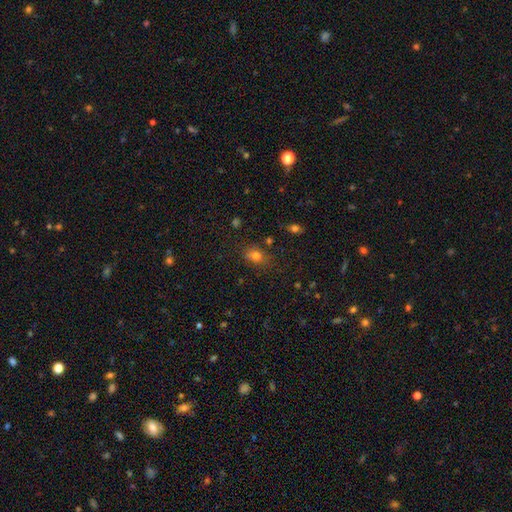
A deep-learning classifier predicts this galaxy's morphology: smooth 76%, star or artifact 16%, featured or disk 8%. Down the decision tree: how rounded — in between (56%); merging — none (75%).